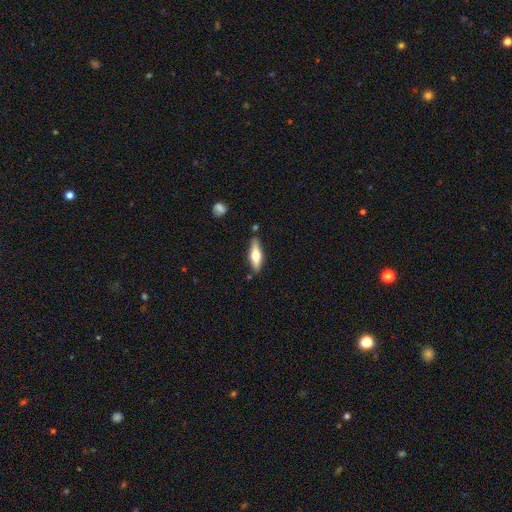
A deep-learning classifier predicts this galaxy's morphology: A smooth galaxy with no disk features (48%).

Vote fractions:
- Smooth or featured? smooth: 48% / featured or disk: 46% / star or artifact: 6%
- Merging? none: 83% / minor disturbance: 12% / merger: 3% / major disturbance: 2%